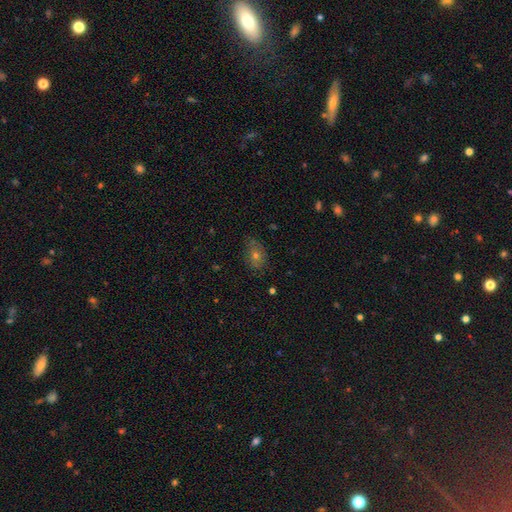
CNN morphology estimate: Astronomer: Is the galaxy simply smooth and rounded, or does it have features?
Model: smooth — 50% (runner-up: featured or disk, 27%).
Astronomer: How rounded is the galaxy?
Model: in between — 60% (runner-up: round, 39%).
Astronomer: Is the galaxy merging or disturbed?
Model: none — 76%.